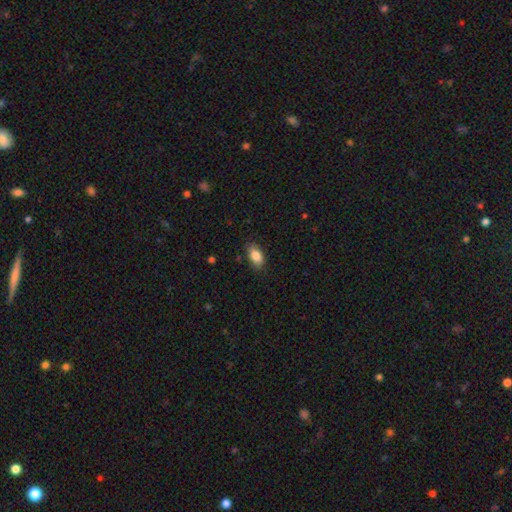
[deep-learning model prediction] smooth_or_featured: smooth (p=0.85) [alt: star or artifact p=0.08]
how_rounded: in between (p=0.90) [alt: round p=0.06]
merging: none (p=0.81) [alt: minor disturbance p=0.14]